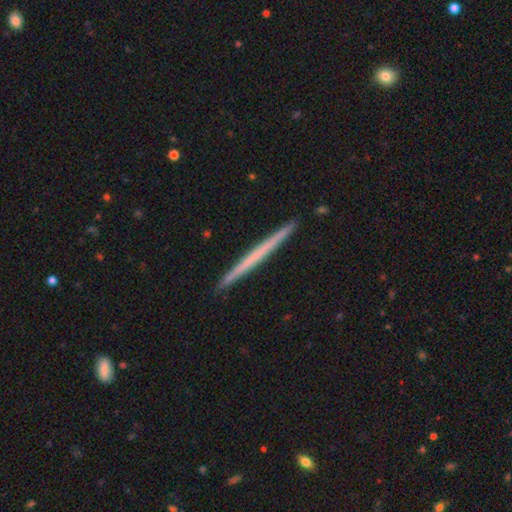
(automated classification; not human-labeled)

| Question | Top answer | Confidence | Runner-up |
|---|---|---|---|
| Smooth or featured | featured or disk | 49% | smooth (46%) |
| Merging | none | 93% | minor disturbance (5%) |